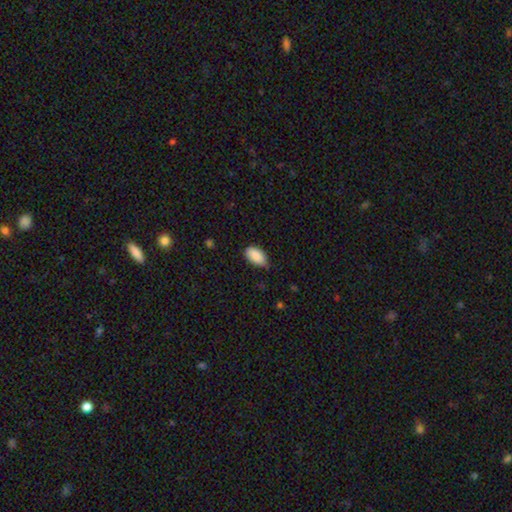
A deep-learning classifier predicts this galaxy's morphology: Smooth or featured? smooth (88%)
How rounded? in between (95%)
Merging? none (68%)